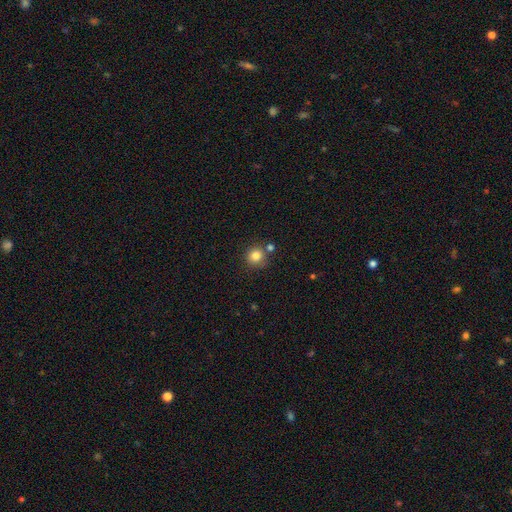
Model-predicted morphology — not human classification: smooth_or_featured: smooth (p=0.83) [alt: star or artifact p=0.11]
how_rounded: round (p=0.91) [alt: in between p=0.08]
merging: none (p=0.74) [alt: merger p=0.12]